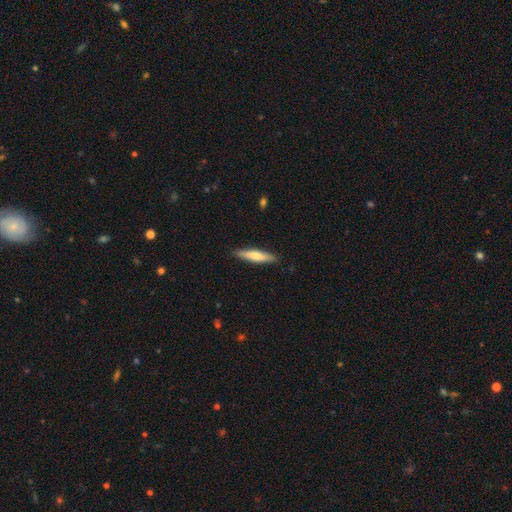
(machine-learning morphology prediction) Smooth or featured: smooth — 64% (featured or disk — 30%)
How rounded: cigar-shaped — 83% (in between — 16%)
Merging: none — 89% (minor disturbance — 9%)